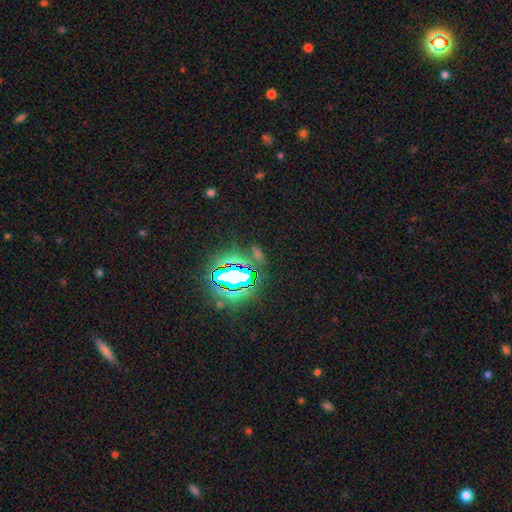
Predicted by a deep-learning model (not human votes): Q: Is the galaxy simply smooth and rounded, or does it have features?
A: star or artifact — 74%.